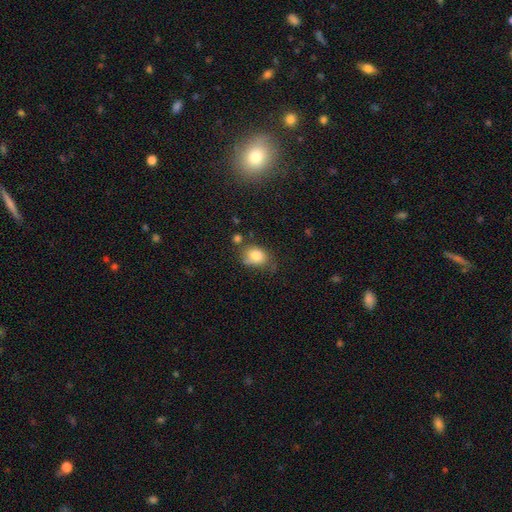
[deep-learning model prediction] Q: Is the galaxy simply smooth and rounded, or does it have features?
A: smooth — 81%.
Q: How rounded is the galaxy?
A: in between — 61%.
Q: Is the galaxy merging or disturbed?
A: none — 51%.